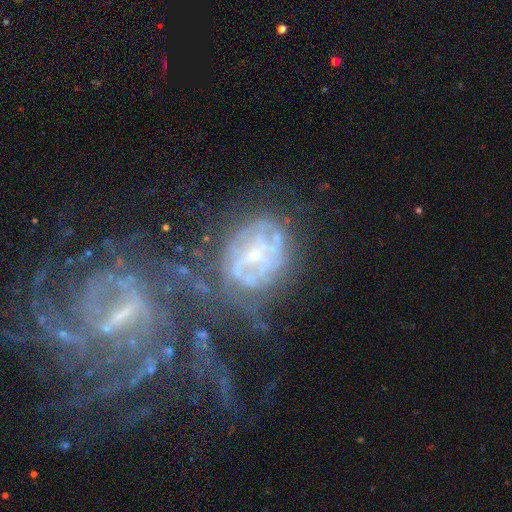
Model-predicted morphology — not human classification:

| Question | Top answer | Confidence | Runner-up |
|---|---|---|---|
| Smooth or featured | featured or disk | 72% | smooth (17%) |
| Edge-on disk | no | 97% | yes (3%) |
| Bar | no | 51% | weak (34%) |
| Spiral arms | yes | 55% | no (45%) |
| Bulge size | small | 56% | moderate (22%) |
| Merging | none | 31% | merger (27%) |